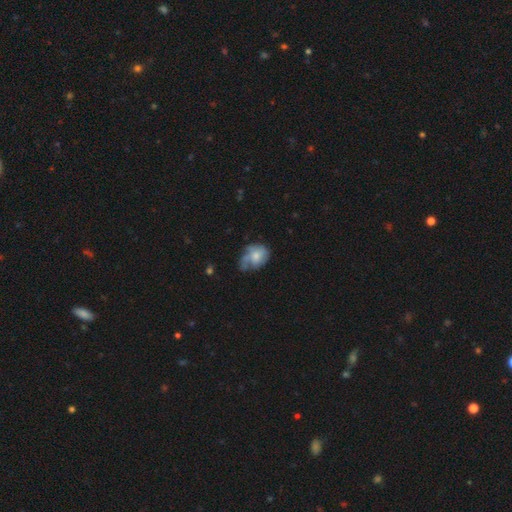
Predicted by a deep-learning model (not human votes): Morphology: type=smooth (54%); roundness=in between (66%); merging=none (34%, tied with minor disturbance).